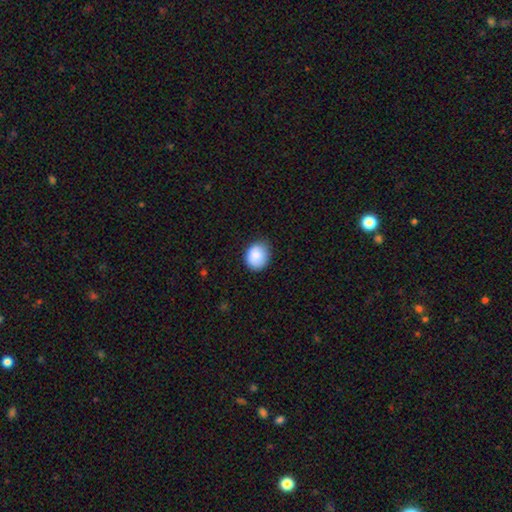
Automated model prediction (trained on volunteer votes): The model was most divided on "how rounded": round: 66%, in between: 34%, cigar-shaped: 1%. More confident: smooth or featured — smooth (87%); merging — none (77%).